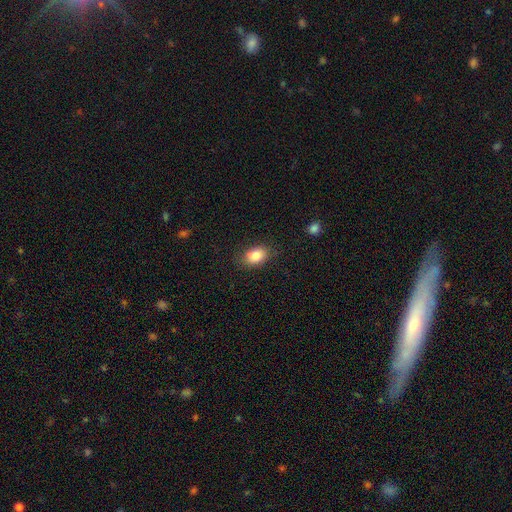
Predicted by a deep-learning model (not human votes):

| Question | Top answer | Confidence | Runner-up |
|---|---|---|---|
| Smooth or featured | smooth | 85% | star or artifact (8%) |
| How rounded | in between | 82% | round (17%) |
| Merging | none | 83% | minor disturbance (13%) |